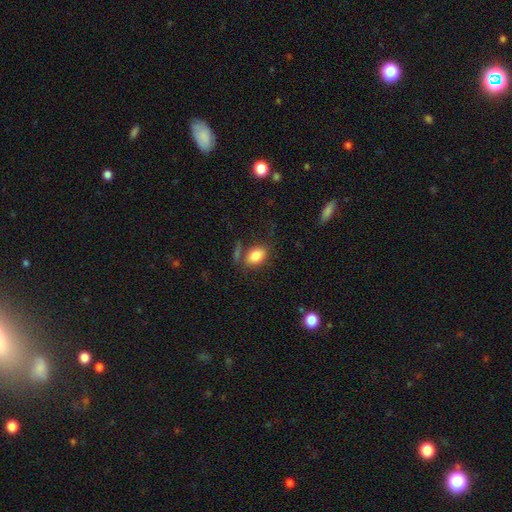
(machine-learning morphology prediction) smooth-or-featured: smooth: 83% | star or artifact: 9% | featured or disk: 8%
  how-rounded: in between: 84% | round: 14% | cigar-shaped: 2%
  merging: none: 65% | minor disturbance: 17% | merger: 11% | major disturbance: 8%